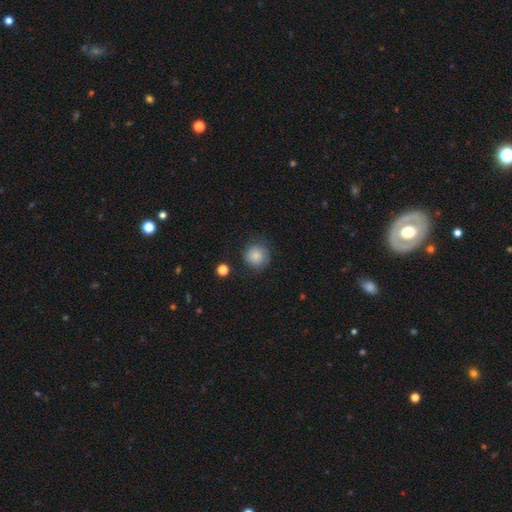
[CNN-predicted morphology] smooth_or_featured: smooth (p=0.85) [alt: star or artifact p=0.09]
how_rounded: round (p=0.92) [alt: in between p=0.07]
merging: none (p=0.78) [alt: minor disturbance p=0.16]